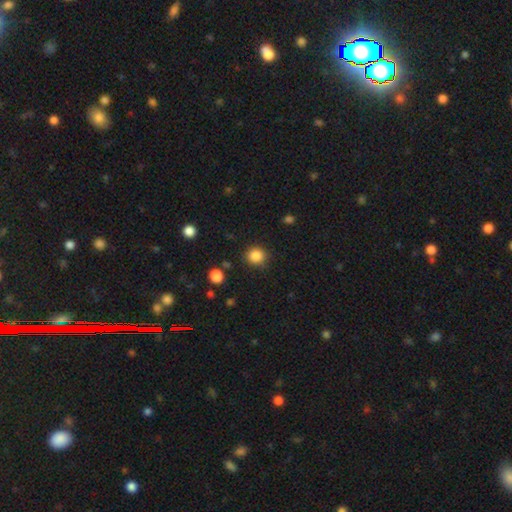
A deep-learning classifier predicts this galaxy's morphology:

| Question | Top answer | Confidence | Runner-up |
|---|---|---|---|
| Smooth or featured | smooth | 86% | star or artifact (11%) |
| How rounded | round | 88% | in between (11%) |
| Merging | none | 87% | minor disturbance (8%) |